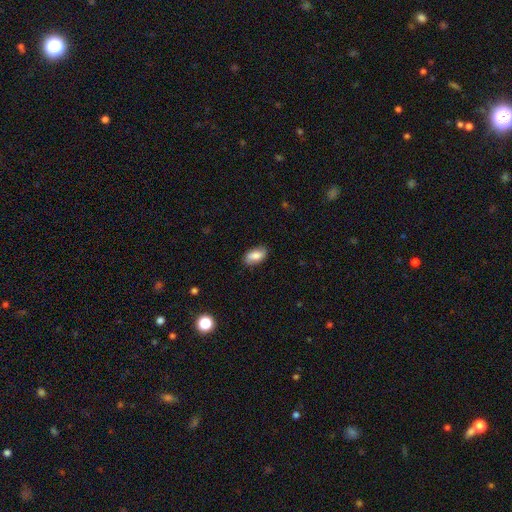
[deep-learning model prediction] A smooth galaxy with no disk features (73%) that is in between round and cigar-shaped (92%).

Vote fractions:
- Smooth or featured? smooth: 73% / featured or disk: 19% / star or artifact: 8%
- How rounded? in between: 92% / round: 5% / cigar-shaped: 3%
- Merging? none: 82% / minor disturbance: 14% / major disturbance: 3% / merger: 1%